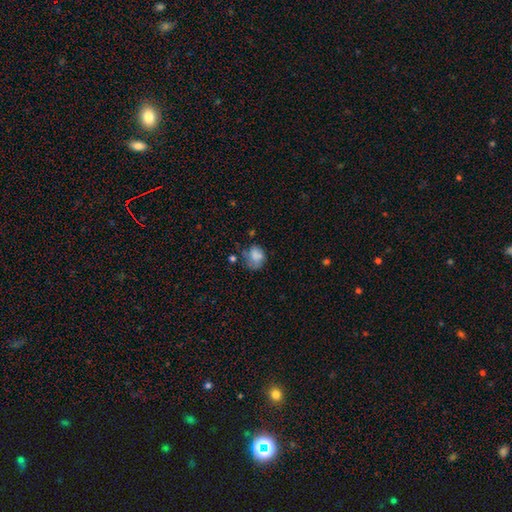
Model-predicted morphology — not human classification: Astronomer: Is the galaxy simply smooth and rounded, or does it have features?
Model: smooth — 73%.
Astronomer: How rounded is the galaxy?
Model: round — 51% (runner-up: in between, 48%).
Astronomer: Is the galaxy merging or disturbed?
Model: none — 40% (runner-up: minor disturbance, 31%).